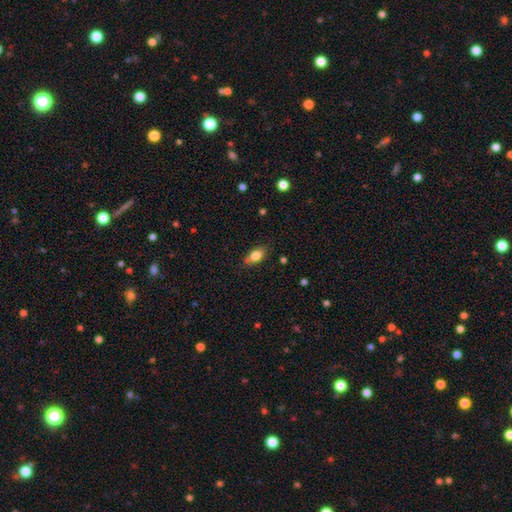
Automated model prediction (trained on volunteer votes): Morphology: type=smooth (77%); roundness=in between (83%); merging=none (80%).